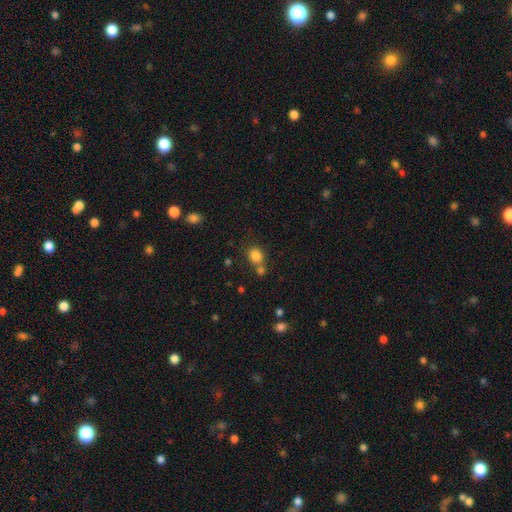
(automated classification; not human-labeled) This appears to be a smooth galaxy with no disk features (82%) that is round (60%). Merging: none (56%).